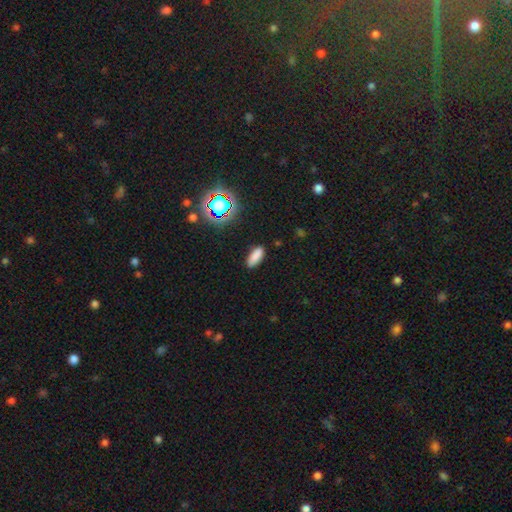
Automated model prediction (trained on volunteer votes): This appears to be a smooth galaxy with no disk features (82%) that is in between round and cigar-shaped (74%). Merging: none (85%).